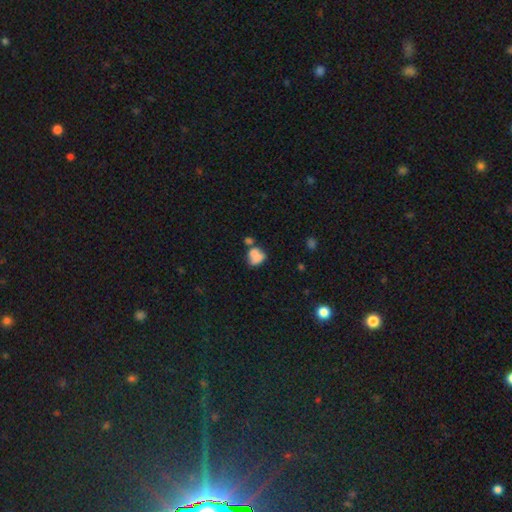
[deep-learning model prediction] Q: Smooth or featured?
A: smooth (65%); runner-up: featured or disk (24%)
Q: How rounded?
A: in between (59%); runner-up: round (40%)
Q: Merging?
A: merger (43%); runner-up: none (28%)